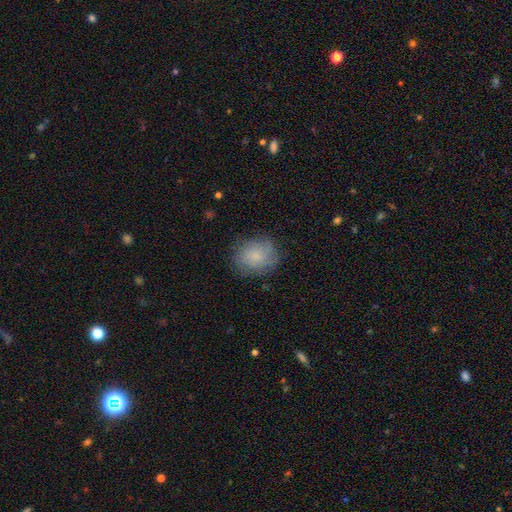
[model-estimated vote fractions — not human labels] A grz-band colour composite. It shows a smooth galaxy with no disk features (75%) that is round (70%). Merging: none (76%).